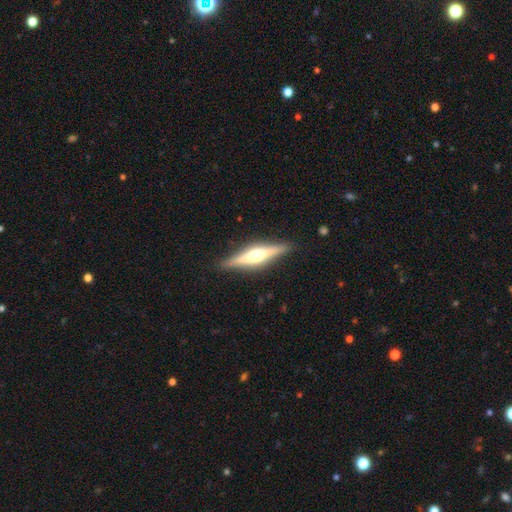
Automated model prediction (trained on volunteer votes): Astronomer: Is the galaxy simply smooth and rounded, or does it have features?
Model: featured or disk — 73%.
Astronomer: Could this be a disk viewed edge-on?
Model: yes — 97%.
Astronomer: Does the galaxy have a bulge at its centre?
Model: rounded — 91%.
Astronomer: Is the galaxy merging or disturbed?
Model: none — 89%.